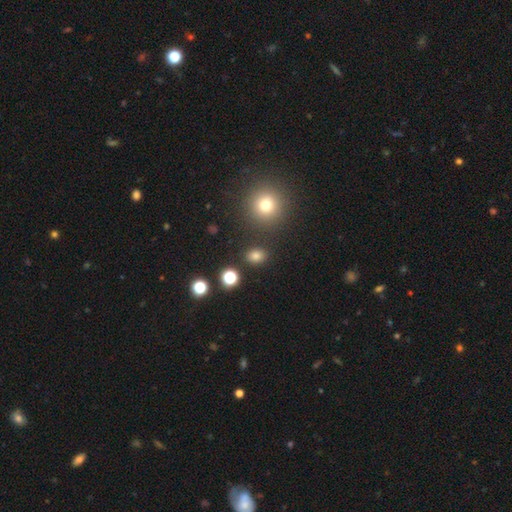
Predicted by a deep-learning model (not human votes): smooth 77%, star or artifact 18%, featured or disk 5%. Down the decision tree: how rounded — in between (50%); merging — none (86%).